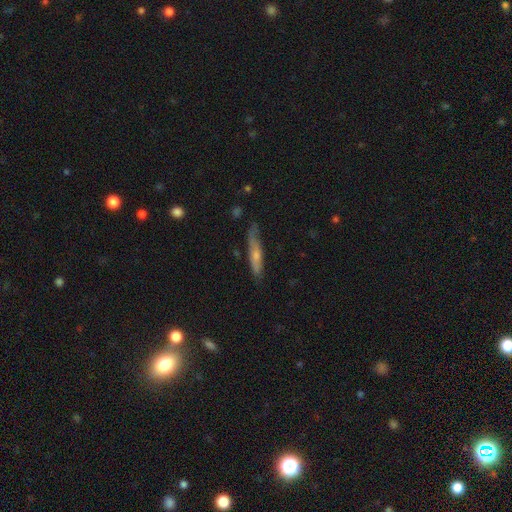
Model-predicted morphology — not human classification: This is possibly a smooth galaxy (56%). How rounded: clearly cigar-shaped (87%). Merging: likely none (70%).